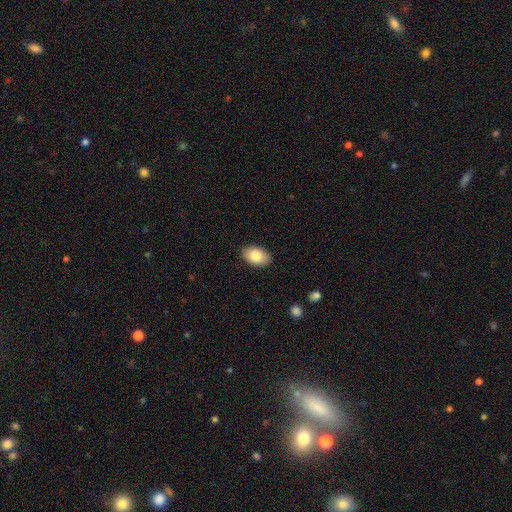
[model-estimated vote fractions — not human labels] A smooth galaxy with no disk features (85%) that is in between round and cigar-shaped (91%).

Vote fractions:
- Smooth or featured? smooth: 85% / featured or disk: 8% / star or artifact: 7%
- How rounded? in between: 91% / round: 7% / cigar-shaped: 1%
- Merging? none: 88% / minor disturbance: 9% / major disturbance: 2% / merger: 1%